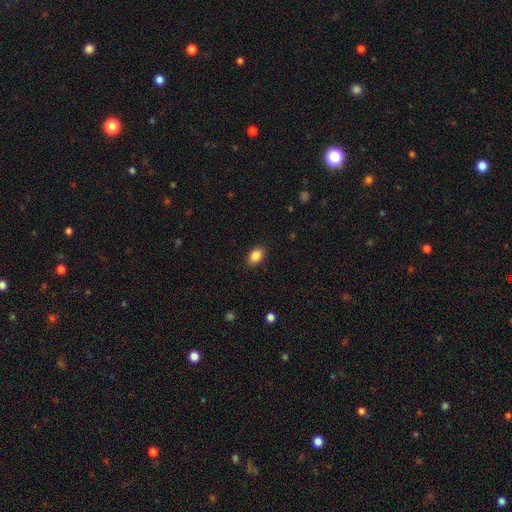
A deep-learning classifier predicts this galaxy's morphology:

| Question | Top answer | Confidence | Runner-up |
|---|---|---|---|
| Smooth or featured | smooth | 88% | star or artifact (8%) |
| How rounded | in between | 85% | round (14%) |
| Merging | none | 88% | minor disturbance (9%) |